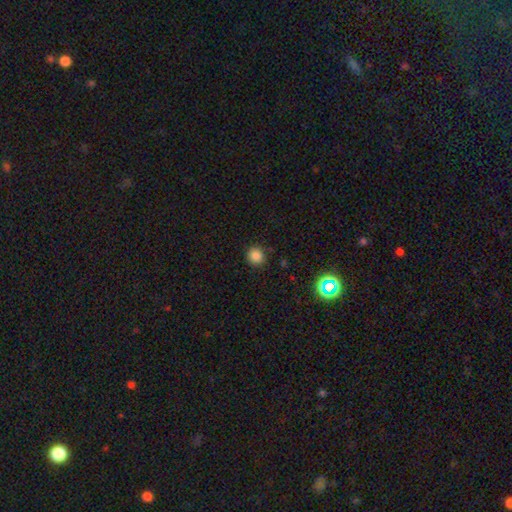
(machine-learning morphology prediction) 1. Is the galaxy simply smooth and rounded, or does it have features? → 83% smooth, 13% star or artifact, 4% featured or disk.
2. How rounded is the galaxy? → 91% round, 8% in between, 1% cigar-shaped.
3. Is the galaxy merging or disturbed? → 89% none, 8% minor disturbance, 2% major disturbance, 1% merger.